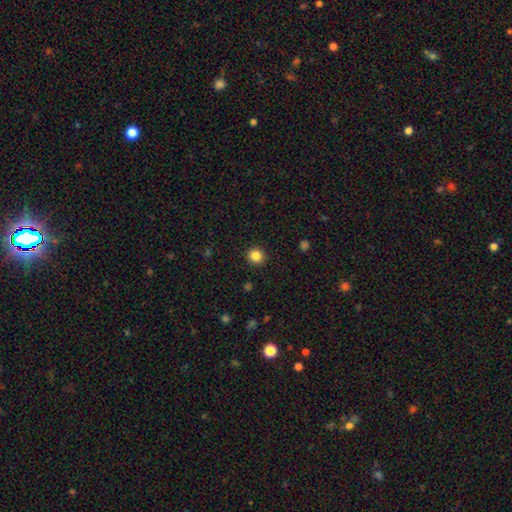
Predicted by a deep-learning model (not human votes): Smooth or featured? smooth (85%)
How rounded? round (93%)
Merging? none (92%)